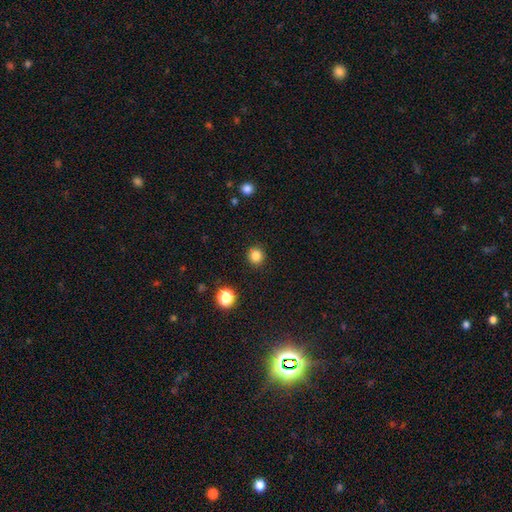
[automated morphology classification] Q: Smooth or featured?
A: smooth (83%); runner-up: star or artifact (13%)
Q: How rounded?
A: round (91%); runner-up: in between (8%)
Q: Merging?
A: none (91%); runner-up: minor disturbance (6%)